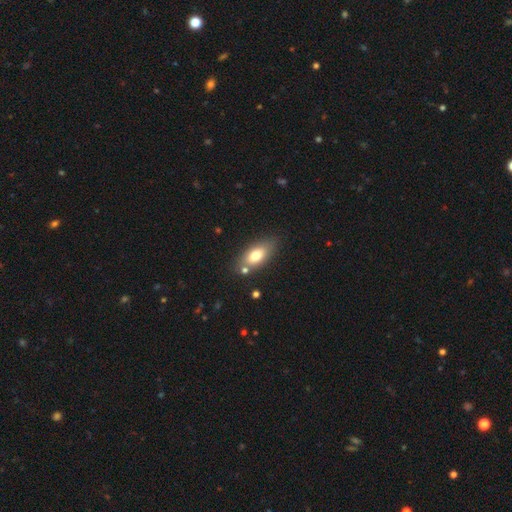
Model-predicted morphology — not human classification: Smooth or featured? Predicted: smooth (p=0.73). How rounded? Predicted: in between (p=0.85). Merging? Predicted: none (p=0.74).